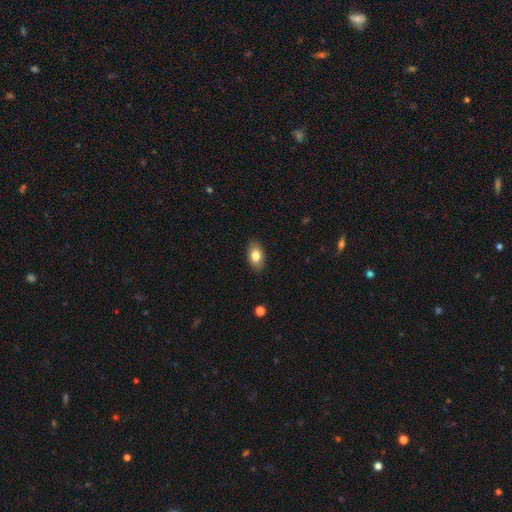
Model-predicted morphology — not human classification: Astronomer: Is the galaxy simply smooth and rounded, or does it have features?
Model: smooth — 82%.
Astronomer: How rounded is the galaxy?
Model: in between — 90%.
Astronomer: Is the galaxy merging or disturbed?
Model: none — 88%.